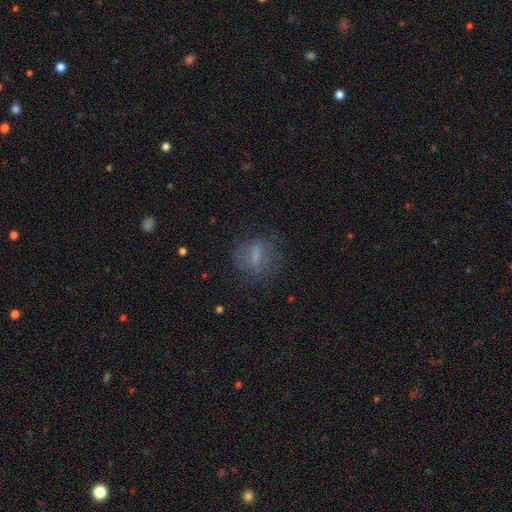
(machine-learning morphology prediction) smooth-or-featured: smooth: 53% | featured or disk: 33% | star or artifact: 14%
  how-rounded: in between: 44% | round: 39% | cigar-shaped: 18%
  merging: none: 66% | minor disturbance: 18% | major disturbance: 14% | merger: 2%